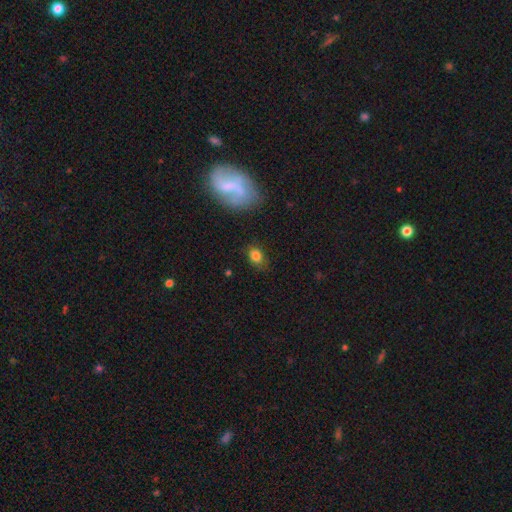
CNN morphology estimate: Smooth or featured: smooth — 81% (star or artifact — 11%)
How rounded: in between — 67% (round — 31%)
Merging: none — 76% (minor disturbance — 16%)